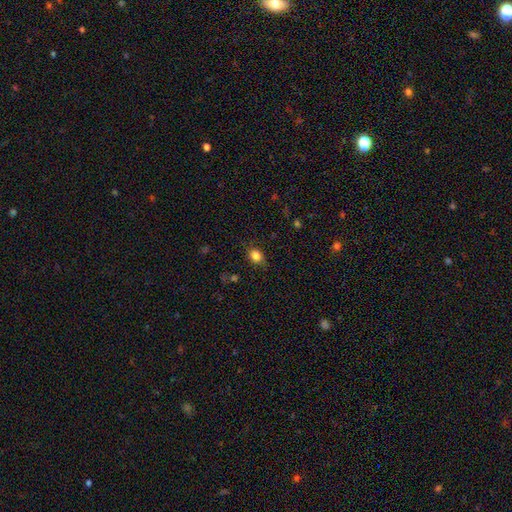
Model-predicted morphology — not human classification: Smooth or featured?
  - smooth: 84% *
  - star or artifact: 11%
  - featured or disk: 5%
How rounded?
  - round: 51% *
  - in between: 48%
  - cigar-shaped: 1%
Merging?
  - none: 80% *
  - minor disturbance: 15%
  - major disturbance: 4%
  - merger: 1%